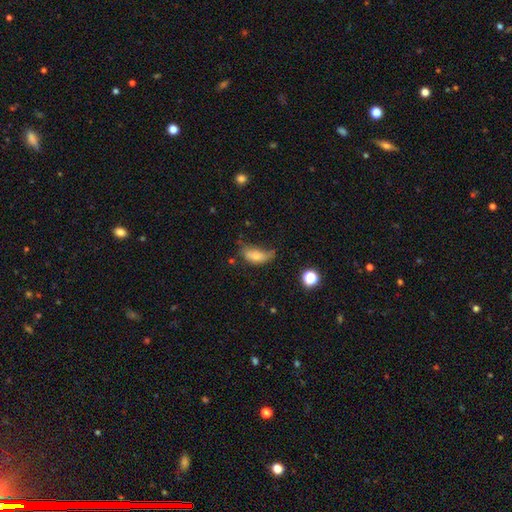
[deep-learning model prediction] A smooth galaxy with no disk features (67%) that is in between round and cigar-shaped (85%). Merging: minor disturbance (35%).